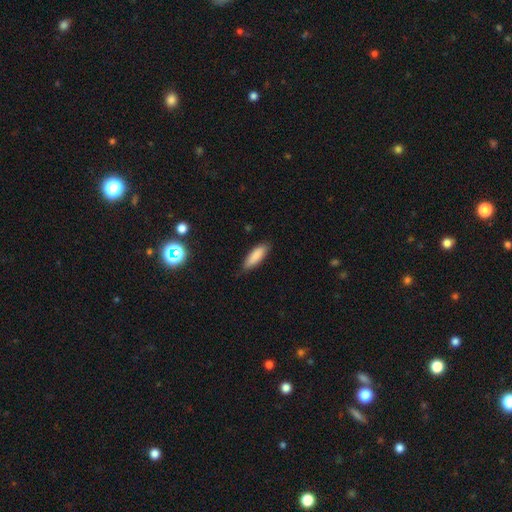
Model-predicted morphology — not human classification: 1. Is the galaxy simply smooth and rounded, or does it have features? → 86% smooth, 7% featured or disk, 7% star or artifact.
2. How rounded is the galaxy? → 59% in between, 39% cigar-shaped, 2% round.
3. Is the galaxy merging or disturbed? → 81% none, 16% minor disturbance, 2% major disturbance, 1% merger.